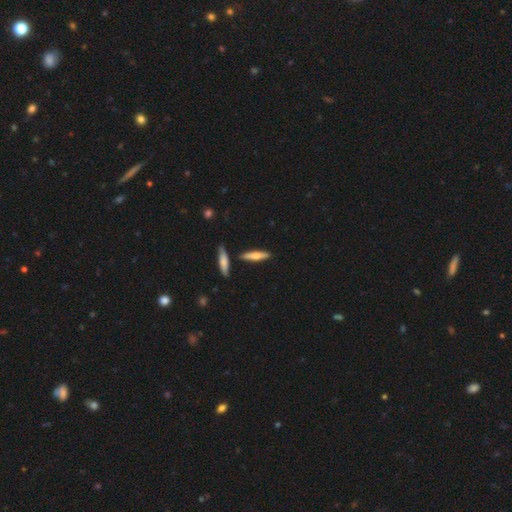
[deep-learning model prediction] Smooth or featured? smooth (51%)
How rounded? cigar-shaped (77%)
Merging? none (82%)